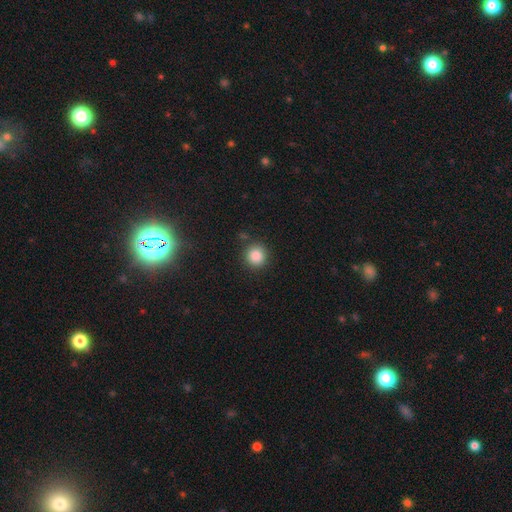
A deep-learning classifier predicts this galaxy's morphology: smooth_or_featured: smooth (p=0.86) [alt: star or artifact p=0.10]
how_rounded: round (p=0.92) [alt: in between p=0.07]
merging: none (p=0.86) [alt: minor disturbance p=0.09]